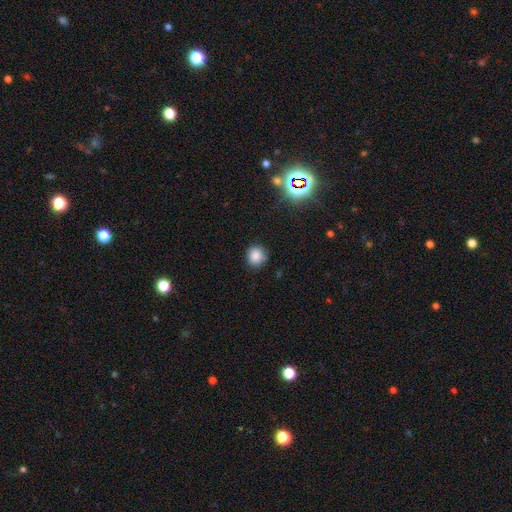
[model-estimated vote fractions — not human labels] Smooth or featured? smooth (84%)
How rounded? round (83%)
Merging? none (82%)